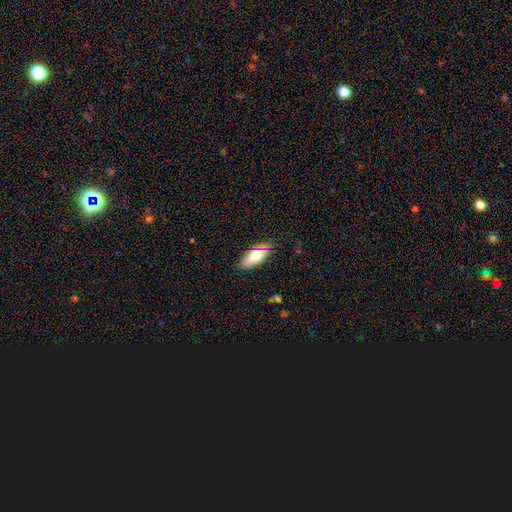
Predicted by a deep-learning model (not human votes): The model was most divided on "smooth or featured": smooth: 71%, featured or disk: 20%, star or artifact: 9%. More confident: how rounded — in between (83%); merging — none (81%).